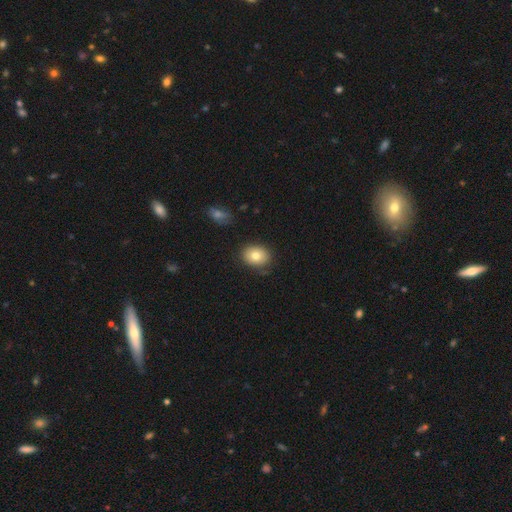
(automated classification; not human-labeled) Morphology: type=smooth (79%); roundness=in between (57%); merging=none (80%).